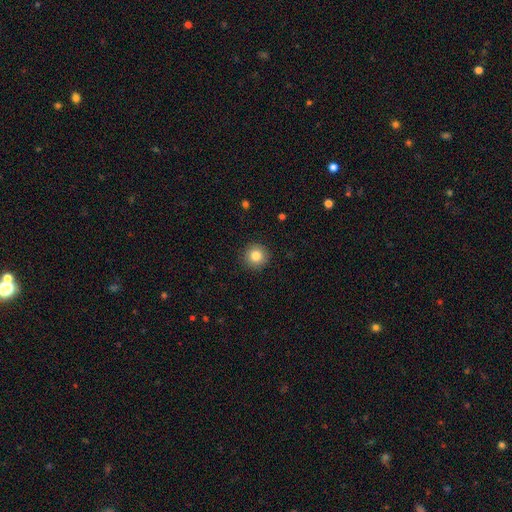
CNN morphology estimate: This is clearly a smooth galaxy (84%). How rounded: clearly round (95%). Merging: clearly none (91%).